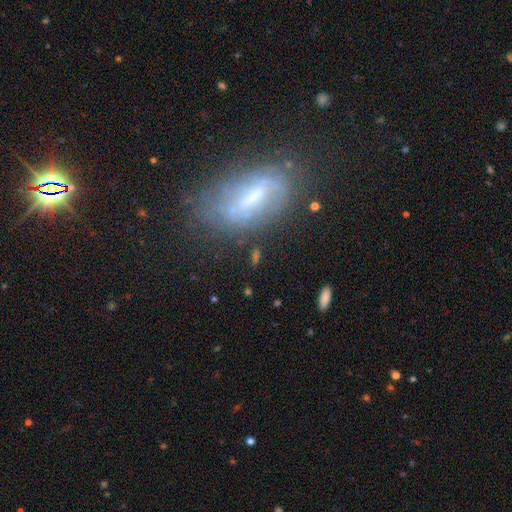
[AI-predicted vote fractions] Smooth or featured? Predicted: featured or disk (p=0.53). Edge-on disk? Predicted: no (p=0.78). Merging? Predicted: none (p=0.58).